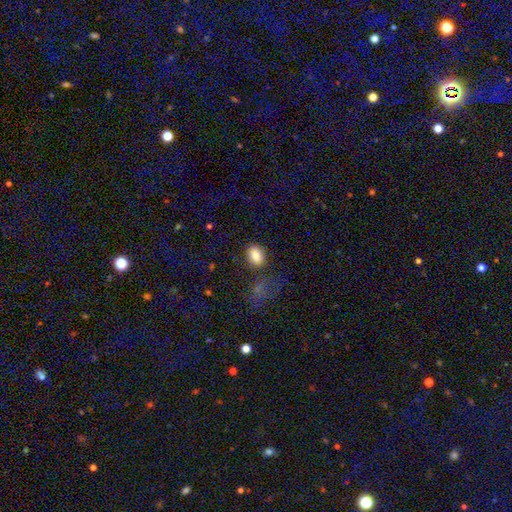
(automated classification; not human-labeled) smooth 87%, star or artifact 8%, featured or disk 5%. Down the decision tree: how rounded — in between (83%); merging — none (78%).